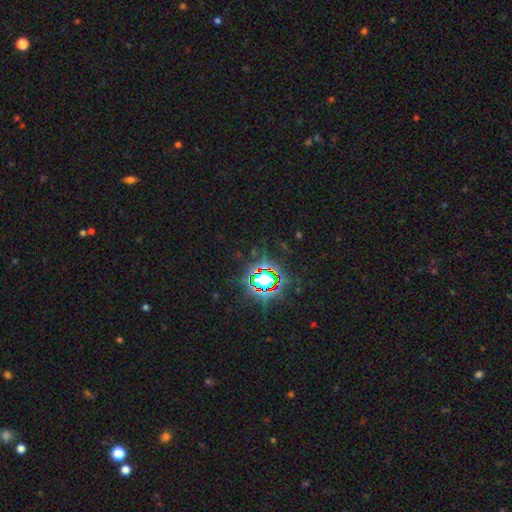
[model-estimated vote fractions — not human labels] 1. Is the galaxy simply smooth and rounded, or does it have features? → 81% star or artifact, 11% smooth, 8% featured or disk.